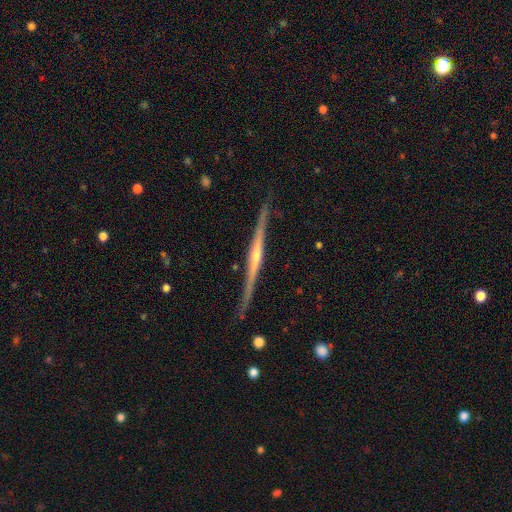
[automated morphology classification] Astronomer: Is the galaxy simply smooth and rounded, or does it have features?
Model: featured or disk — 84%.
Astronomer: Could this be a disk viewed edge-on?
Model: yes — 98%.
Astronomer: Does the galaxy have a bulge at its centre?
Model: rounded — 66%.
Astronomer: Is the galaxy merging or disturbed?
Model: none — 87%.